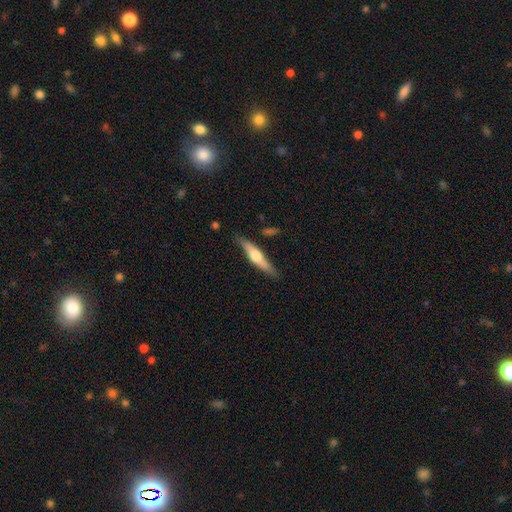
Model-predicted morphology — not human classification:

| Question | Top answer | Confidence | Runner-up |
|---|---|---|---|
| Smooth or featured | featured or disk | 57% | smooth (38%) |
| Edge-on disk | yes | 95% | no (5%) |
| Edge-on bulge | rounded | 88% | boxy (8%) |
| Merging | none | 81% | minor disturbance (14%) |